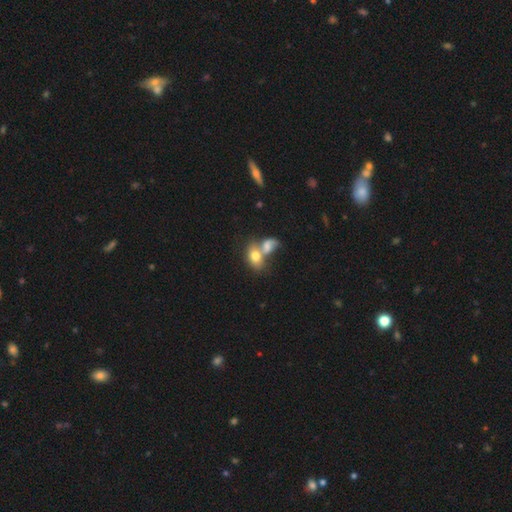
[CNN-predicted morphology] smooth_or_featured: smooth (p=0.73) [alt: featured or disk p=0.18]
how_rounded: in between (p=0.76) [alt: round p=0.22]
merging: merger (p=0.66) [alt: none p=0.21]